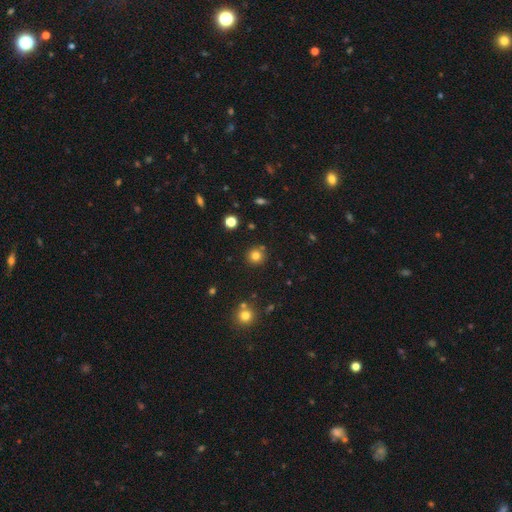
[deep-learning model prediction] smooth-or-featured: smooth: 80% | star or artifact: 14% | featured or disk: 7%
  how-rounded: round: 94% | in between: 5% | cigar-shaped: 1%
  merging: none: 87% | minor disturbance: 7% | merger: 4% | major disturbance: 2%